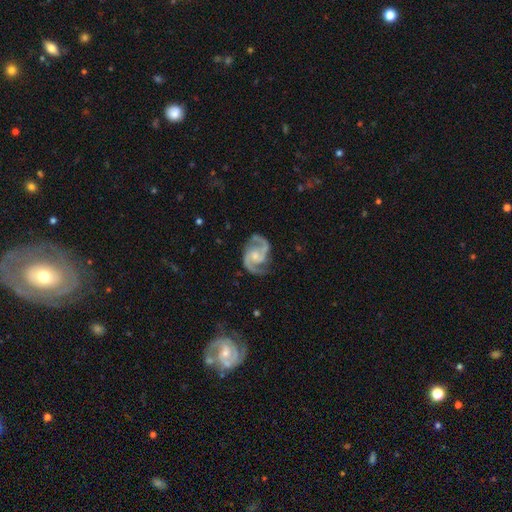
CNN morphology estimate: smooth_or_featured: featured or disk (p=0.93) [alt: star or artifact p=0.04]
disk_edge_on: no (p=0.98) [alt: yes p=0.02]
bar: no (p=0.56) [alt: weak p=0.36]
has_spiral_arms: yes (p=0.98) [alt: no p=0.02]
spiral_winding: medium (p=0.62) [alt: tight p=0.22]
spiral_arm_count: 2 (p=0.93) [alt: 3 p=0.02]
bulge_size: small (p=0.46) [alt: moderate p=0.42]
merging: none (p=0.78) [alt: minor disturbance p=0.16]